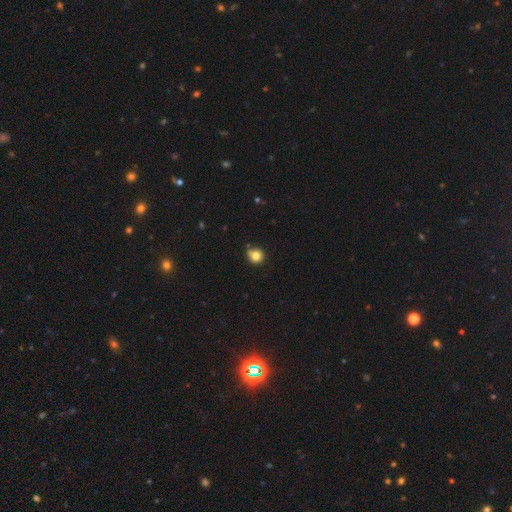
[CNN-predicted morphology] Smooth or featured? Predicted: smooth (p=0.81). How rounded? Predicted: round (p=0.88). Merging? Predicted: none (p=0.70).